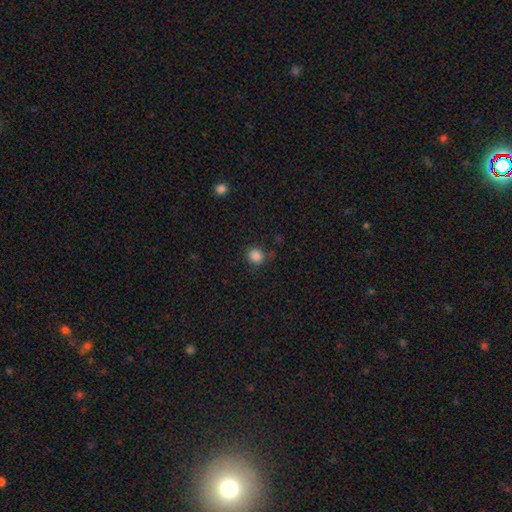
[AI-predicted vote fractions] smooth-or-featured: smooth: 85% | star or artifact: 11% | featured or disk: 3%
  how-rounded: round: 85% | in between: 14% | cigar-shaped: 1%
  merging: none: 79% | minor disturbance: 14% | major disturbance: 4% | merger: 2%